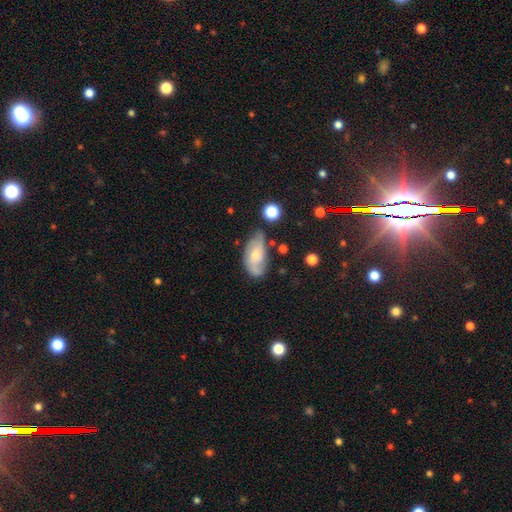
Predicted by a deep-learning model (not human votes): Smooth or featured? Predicted: featured or disk (p=0.50). Edge-on disk? Predicted: no (p=0.92). Merging? Predicted: none (p=0.54).